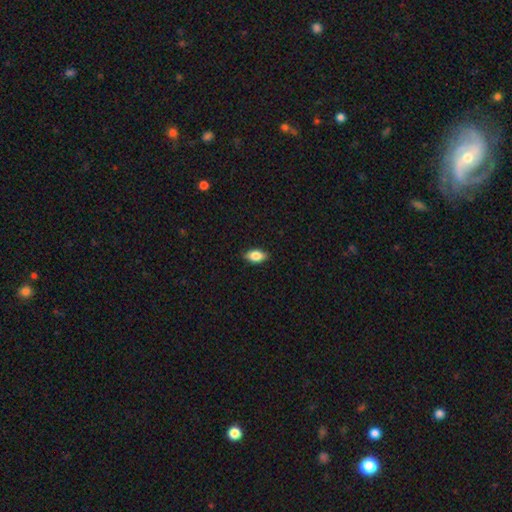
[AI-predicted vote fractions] A smooth galaxy with no disk features (82%) that is in between round and cigar-shaped (88%).

Vote fractions:
- Smooth or featured? smooth: 82% / featured or disk: 11% / star or artifact: 7%
- How rounded? in between: 88% / round: 6% / cigar-shaped: 6%
- Merging? none: 87% / minor disturbance: 10% / major disturbance: 2% / merger: 1%